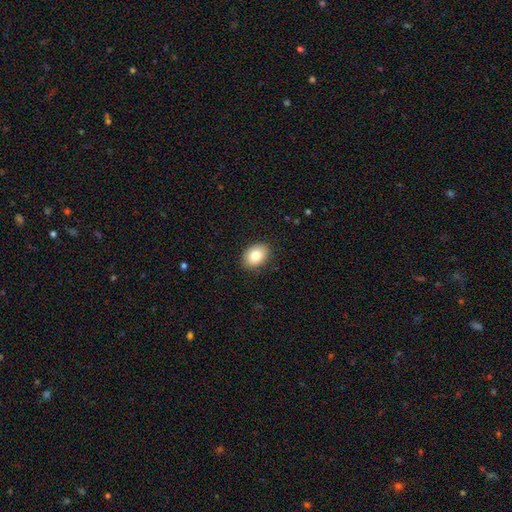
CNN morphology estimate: smooth 83%, featured or disk 10%, star or artifact 8%. Down the decision tree: how rounded — in between (73%); merging — none (88%).